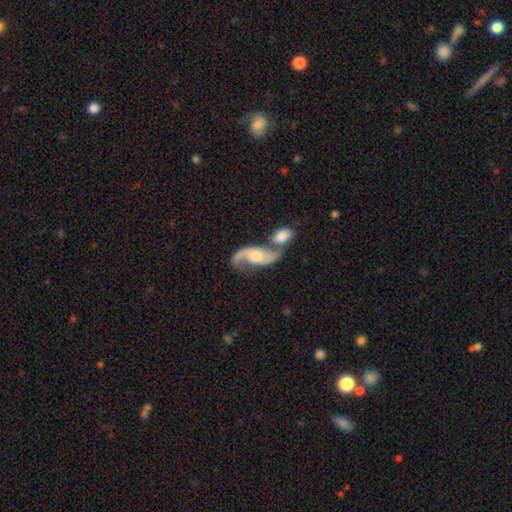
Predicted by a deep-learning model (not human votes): A featured or disk galaxy (82%) with no bar (54%), 2 (91%) loose (71%) spiral arms (95%) and a moderate central bulge (42%).

Vote fractions:
- Smooth or featured? featured or disk: 82% / smooth: 12% / star or artifact: 5%
- Edge-on disk? no: 94% / yes: 6%
- Bar? no: 54% / weak: 35% / strong: 10%
- Spiral arms? yes: 95% / no: 5%
- Spiral winding? loose: 71% / medium: 24% / tight: 5%
- Spiral arm count? 2: 91% / 1: 3% / can't tell: 3% / 3: 1% / 4: 1% / more than 4: 1%
- Bulge size? moderate: 42% / small: 28% / large: 14% / none: 14% / dominant: 2%
- Merging? merger: 53% / none: 30% / minor disturbance: 10% / major disturbance: 6%